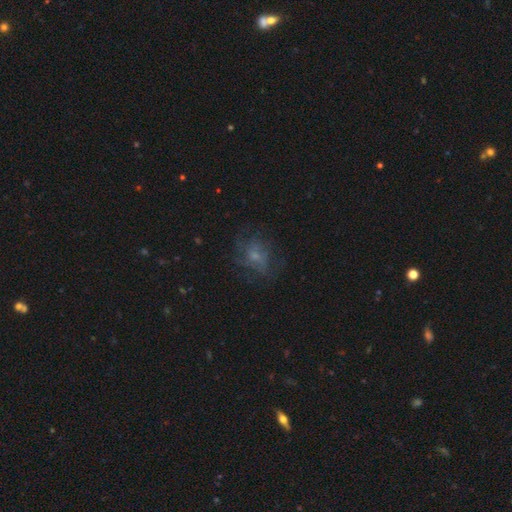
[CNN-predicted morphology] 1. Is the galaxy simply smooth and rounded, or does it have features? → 45% featured or disk, 38% smooth, 17% star or artifact.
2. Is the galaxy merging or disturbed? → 61% none, 20% minor disturbance, 18% major disturbance, 1% merger.